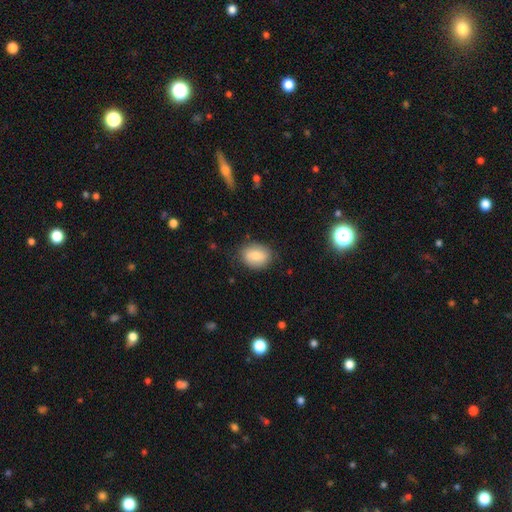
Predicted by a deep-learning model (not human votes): The model was most divided on "how rounded": in between: 60%, round: 39%, cigar-shaped: 1%. More confident: merging — none (81%); smooth or featured — smooth (79%).